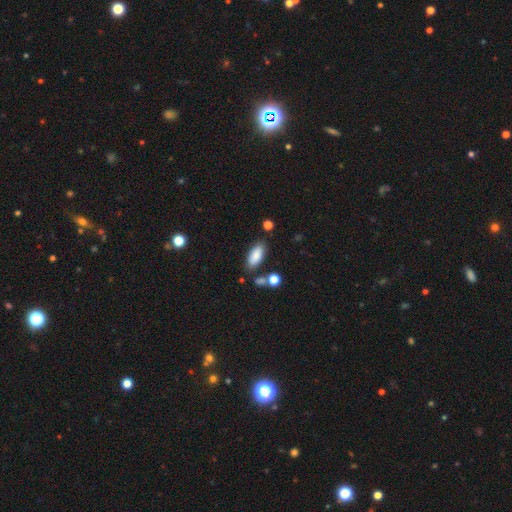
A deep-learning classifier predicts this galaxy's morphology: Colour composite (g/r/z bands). It shows a smooth galaxy with no disk features (85%) that is in between round and cigar-shaped (83%). Merging: none (78%).